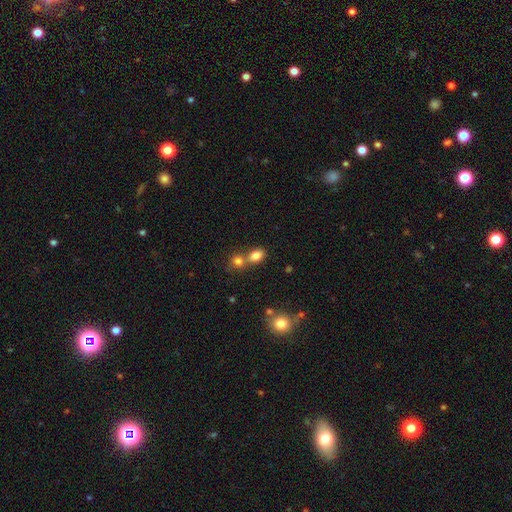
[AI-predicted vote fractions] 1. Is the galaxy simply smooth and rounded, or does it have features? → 81% smooth, 11% star or artifact, 8% featured or disk.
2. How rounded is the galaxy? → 73% in between, 25% round, 2% cigar-shaped.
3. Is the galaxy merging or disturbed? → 44% none, 43% merger, 9% minor disturbance, 4% major disturbance.